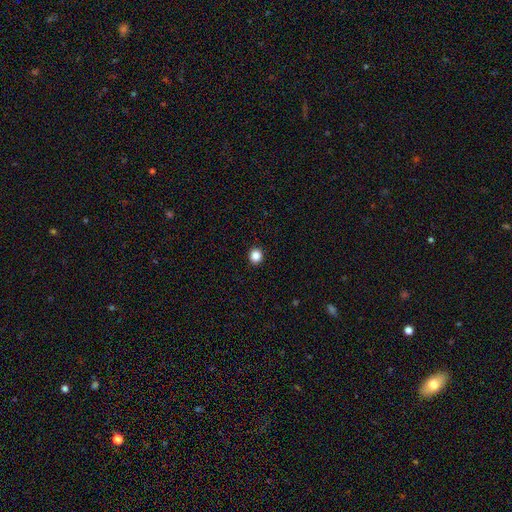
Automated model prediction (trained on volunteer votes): Smooth or featured?
  - smooth: 86% *
  - star or artifact: 11%
  - featured or disk: 3%
How rounded?
  - round: 89% *
  - in between: 10%
  - cigar-shaped: 1%
Merging?
  - none: 93% *
  - minor disturbance: 4%
  - major disturbance: 2%
  - merger: 1%